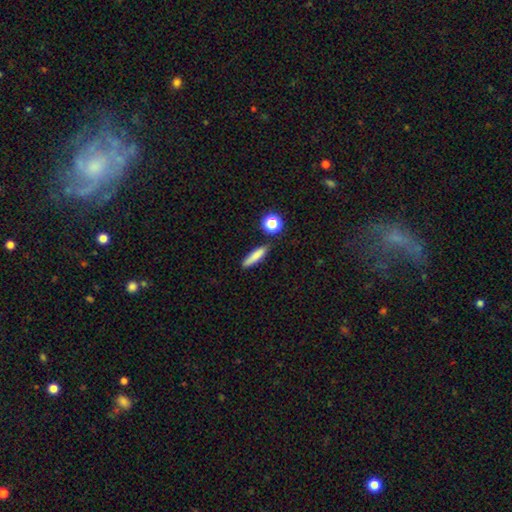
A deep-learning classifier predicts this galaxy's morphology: The model was most divided on "how rounded": cigar-shaped: 77%, in between: 18%, round: 5%. More confident: merging — none (83%); smooth or featured — smooth (80%).